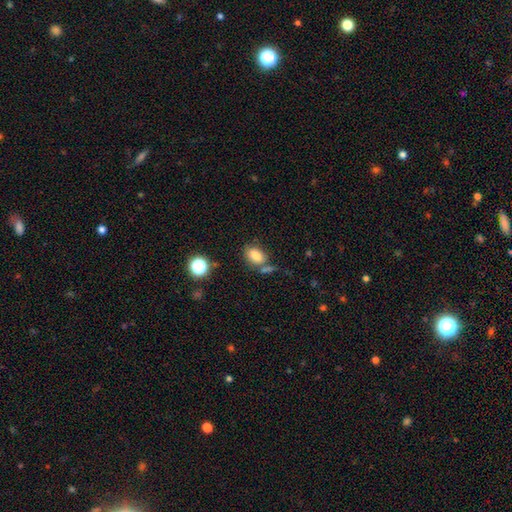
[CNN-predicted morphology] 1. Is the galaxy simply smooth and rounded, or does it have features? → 80% smooth, 11% star or artifact, 8% featured or disk.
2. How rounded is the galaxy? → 80% in between, 19% round, 2% cigar-shaped.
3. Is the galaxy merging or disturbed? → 59% none, 19% merger, 15% minor disturbance, 6% major disturbance.